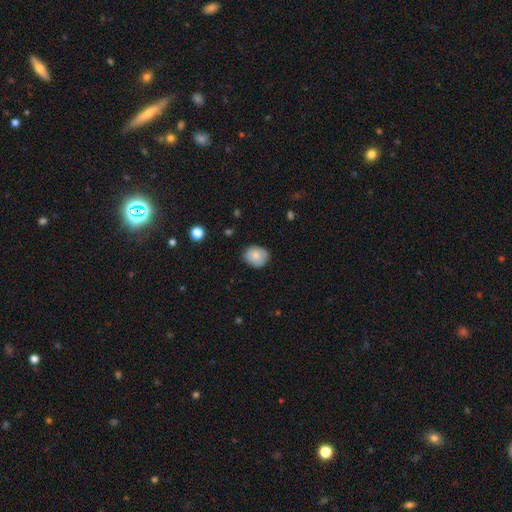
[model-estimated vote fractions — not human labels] The model was most divided on "how rounded": round: 65%, in between: 34%, cigar-shaped: 1%. More confident: smooth or featured — smooth (80%); merging — none (77%).